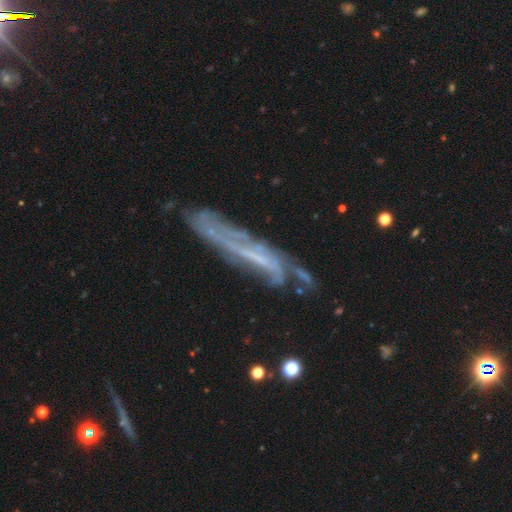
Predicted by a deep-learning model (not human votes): The model was most divided on "edge-on disk": yes: 51%, no: 49%. More confident: smooth or featured — featured or disk (72%); merging — none (51%).